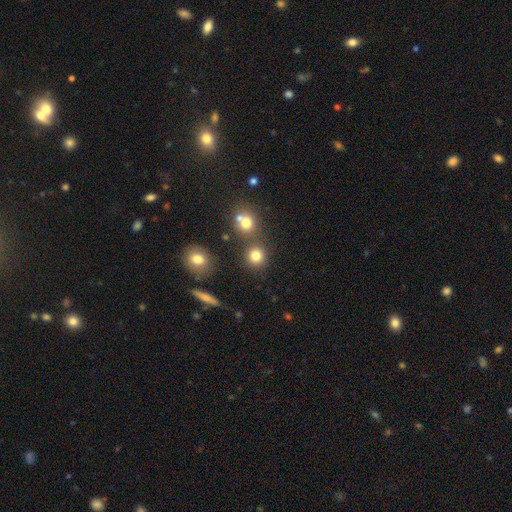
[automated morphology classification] This appears to be a smooth galaxy with no disk features (79%) that is round (90%). Merging: none (75%).